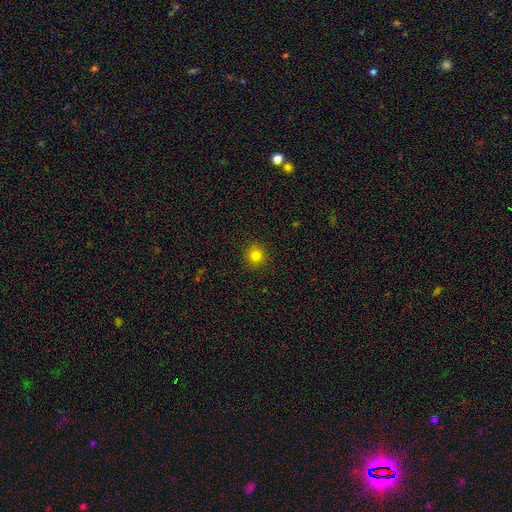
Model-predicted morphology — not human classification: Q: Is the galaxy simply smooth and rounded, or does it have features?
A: smooth — 81%.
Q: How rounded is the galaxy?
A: round — 93%.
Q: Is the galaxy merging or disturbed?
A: none — 92%.